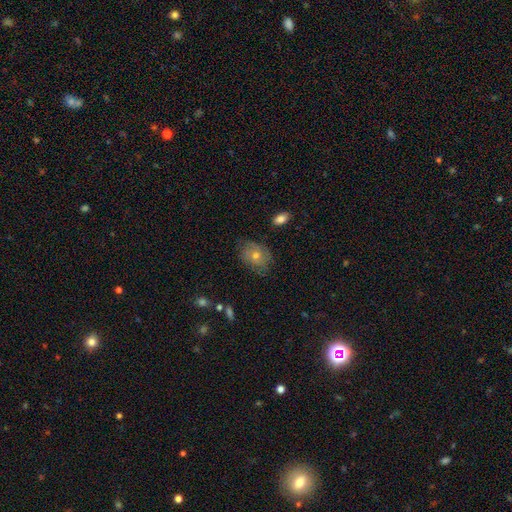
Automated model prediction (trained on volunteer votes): A featured or disk galaxy (49%).

Vote fractions:
- Smooth or featured? featured or disk: 49% / smooth: 37% / star or artifact: 14%
- Merging? none: 70% / minor disturbance: 21% / major disturbance: 7% / merger: 2%